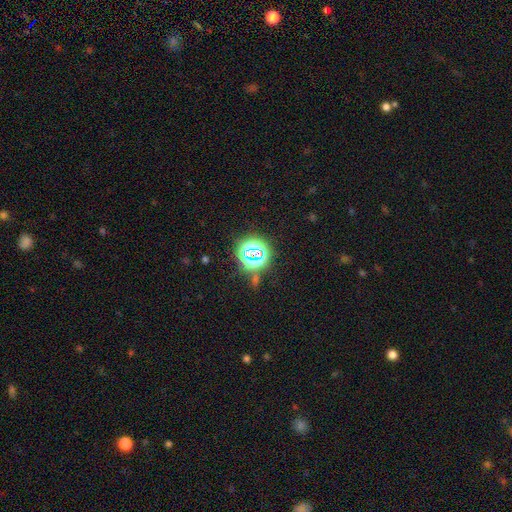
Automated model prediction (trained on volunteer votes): Smooth or featured? star or artifact (76%)